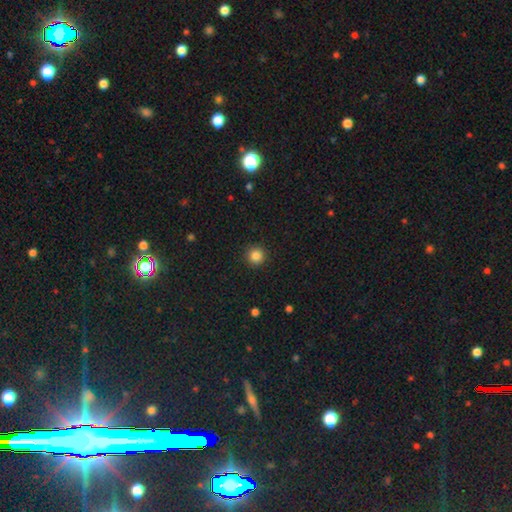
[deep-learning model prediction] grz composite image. It shows a smooth galaxy with no disk features (85%) that is round (95%). Merging: none (92%).